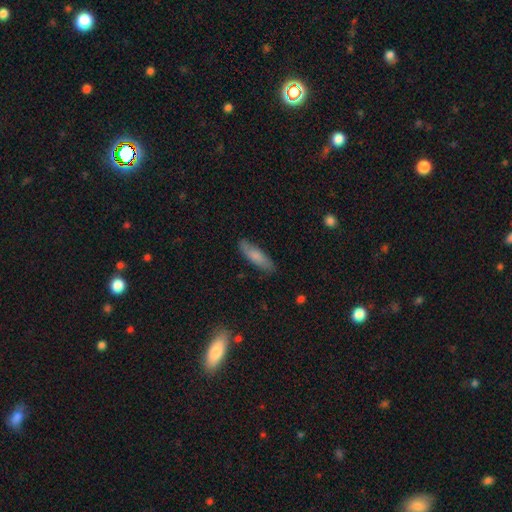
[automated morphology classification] smooth-or-featured: smooth: 75% | featured or disk: 19% | star or artifact: 6%
  how-rounded: cigar-shaped: 57% | in between: 41% | round: 2%
  merging: none: 83% | minor disturbance: 13% | major disturbance: 3% | merger: 1%